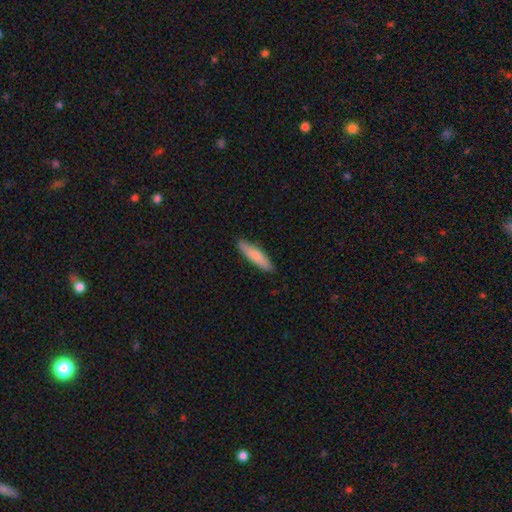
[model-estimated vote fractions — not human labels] Overall: smooth (79%). How rounded: cigar-shaped (78%). Merging: none (88%).